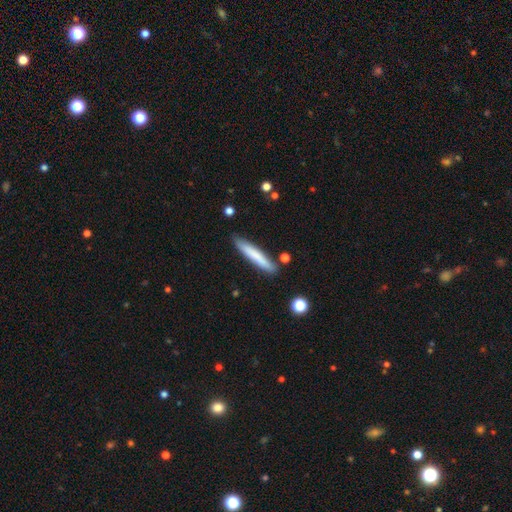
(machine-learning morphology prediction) Overall: smooth (73%). How rounded: cigar-shaped (93%). Merging: none (83%).